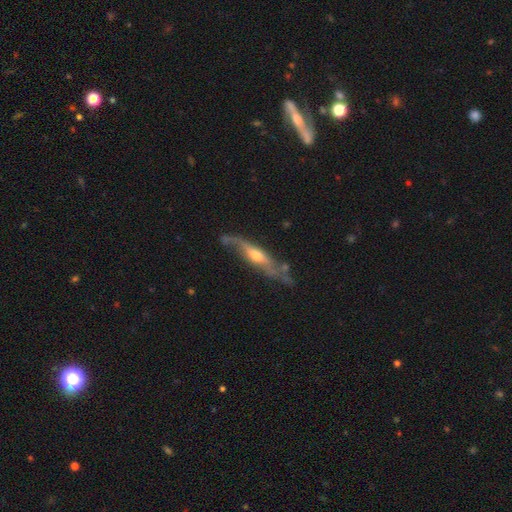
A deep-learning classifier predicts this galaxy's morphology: smooth-or-featured: featured or disk: 71% | smooth: 23% | star or artifact: 5%
  disk-edge-on: yes: 67% | no: 33%
  merging: none: 55% | minor disturbance: 26% | major disturbance: 13% | merger: 7%